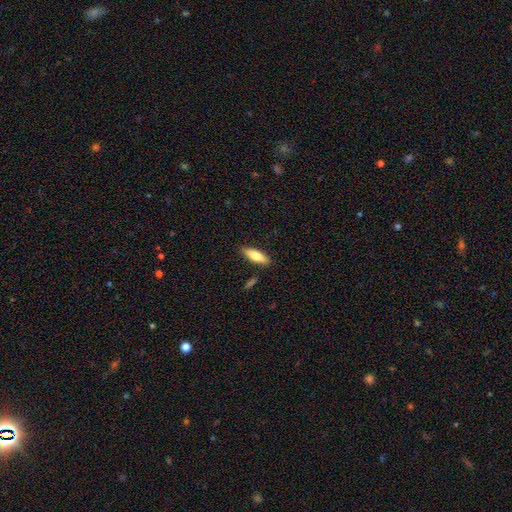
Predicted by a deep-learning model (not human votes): smooth_or_featured: smooth (p=0.72) [alt: featured or disk p=0.23]
how_rounded: cigar-shaped (p=0.50) [alt: in between p=0.48]
merging: none (p=0.85) [alt: minor disturbance p=0.10]